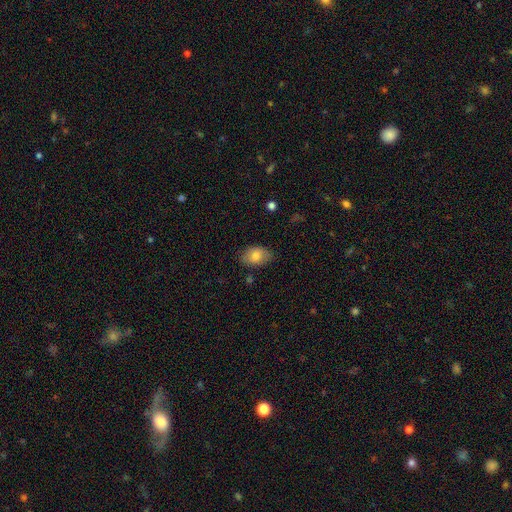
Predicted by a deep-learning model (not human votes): A smooth galaxy with no disk features (81%) that is in between round and cigar-shaped (86%).

Vote fractions:
- Smooth or featured? smooth: 81% / featured or disk: 12% / star or artifact: 7%
- How rounded? in between: 86% / round: 13% / cigar-shaped: 1%
- Merging? none: 78% / minor disturbance: 17% / major disturbance: 3% / merger: 1%